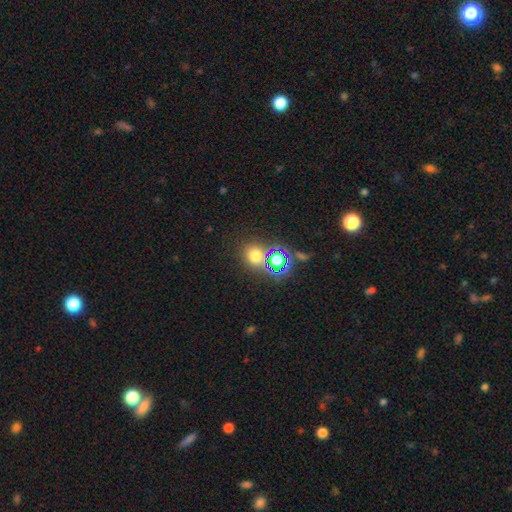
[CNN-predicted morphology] This appears to be a smooth galaxy with no disk features (63%) that is round (79%). Merging: none (75%).